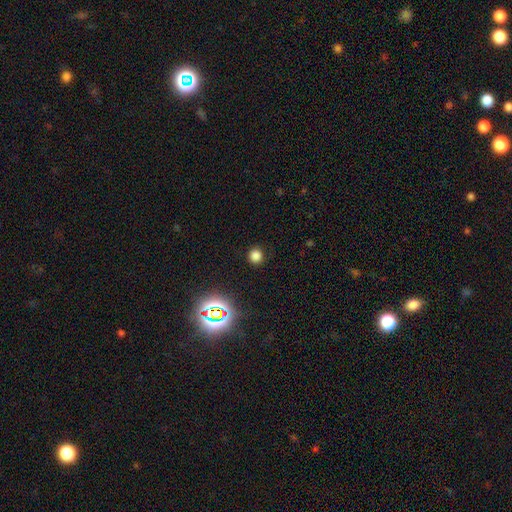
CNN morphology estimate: smooth_or_featured: smooth (p=0.76) [alt: star or artifact p=0.19]
how_rounded: round (p=0.90) [alt: in between p=0.09]
merging: none (p=0.90) [alt: minor disturbance p=0.06]